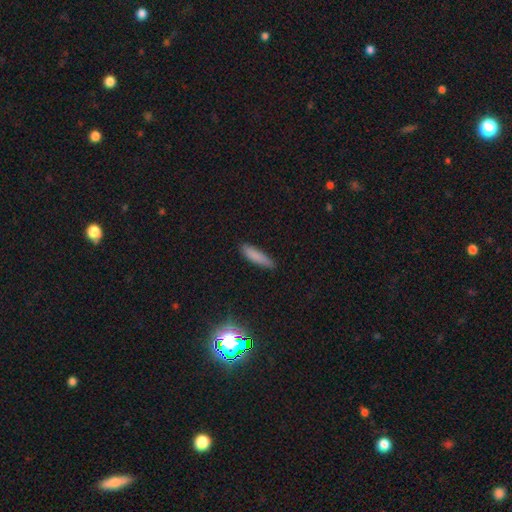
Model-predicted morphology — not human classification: Q: Smooth or featured?
A: smooth (83%); runner-up: star or artifact (9%)
Q: How rounded?
A: cigar-shaped (73%); runner-up: in between (25%)
Q: Merging?
A: none (83%); runner-up: minor disturbance (13%)